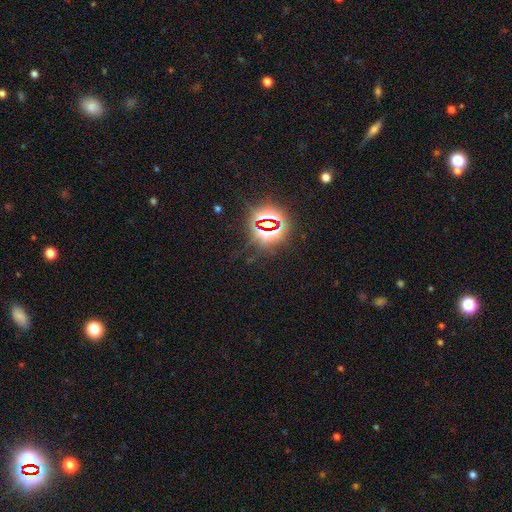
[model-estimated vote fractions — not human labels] Smooth or featured? star or artifact (81%)